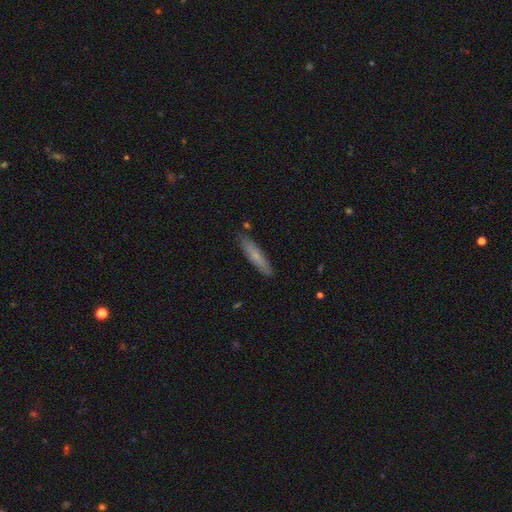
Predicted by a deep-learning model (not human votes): The model was most divided on "smooth or featured": smooth: 66%, featured or disk: 28%, star or artifact: 6%. More confident: how rounded — cigar-shaped (88%); merging — none (86%).